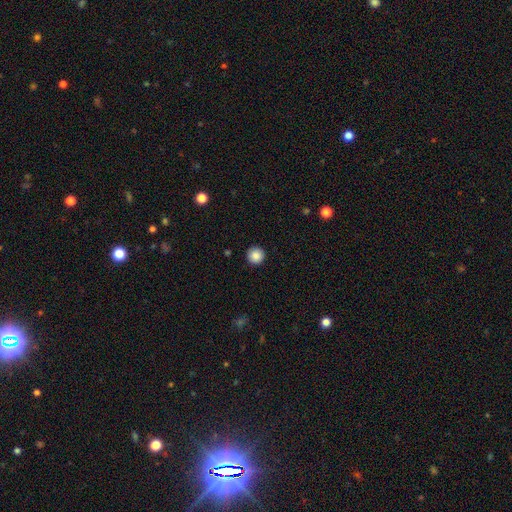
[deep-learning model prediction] Smooth or featured: smooth — 87% (star or artifact — 9%)
How rounded: round — 96% (in between — 3%)
Merging: none — 92% (minor disturbance — 5%)